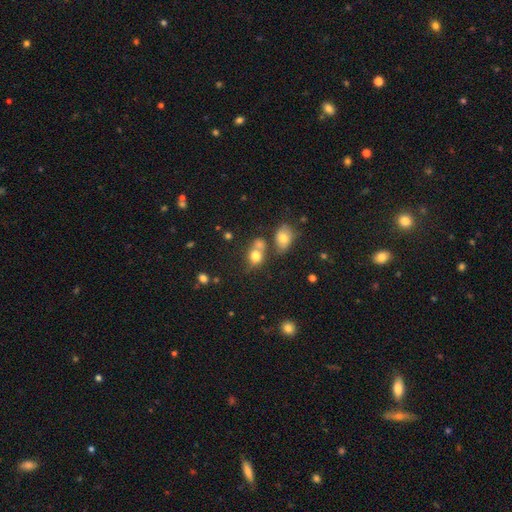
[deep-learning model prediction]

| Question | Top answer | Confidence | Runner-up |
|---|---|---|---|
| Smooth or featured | smooth | 76% | star or artifact (13%) |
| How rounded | round | 56% | in between (43%) |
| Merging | none | 43% | merger (39%) |